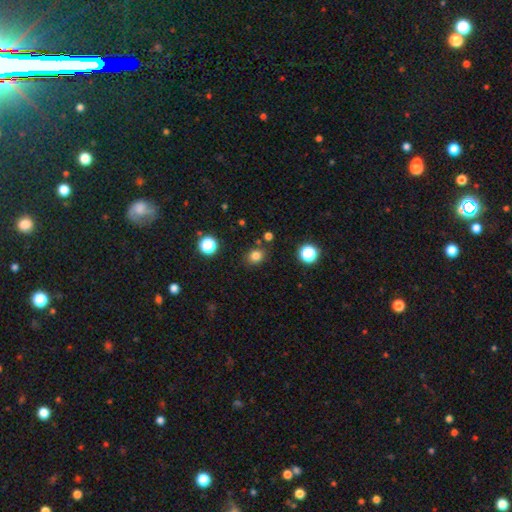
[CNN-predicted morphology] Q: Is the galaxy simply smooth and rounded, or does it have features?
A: smooth — 79%.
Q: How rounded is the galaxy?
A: round — 68%.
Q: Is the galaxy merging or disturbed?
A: none — 83%.